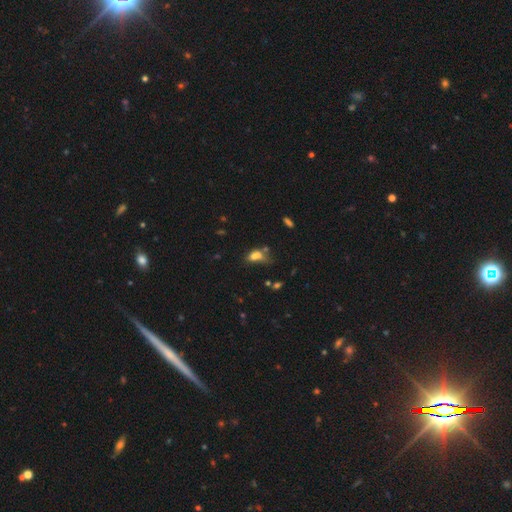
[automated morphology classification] Q: Smooth or featured?
A: smooth (71%); runner-up: star or artifact (15%)
Q: How rounded?
A: in between (81%); runner-up: round (15%)
Q: Merging?
A: merger (30%); runner-up: none (29%)